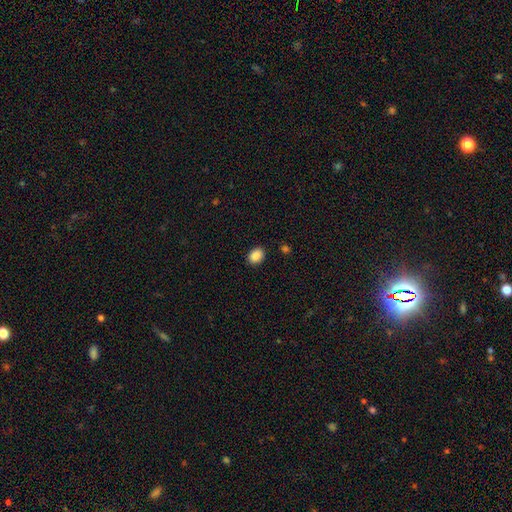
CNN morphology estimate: A smooth galaxy with no disk features (89%) that is in between round and cigar-shaped (65%). Merging: none (89%).